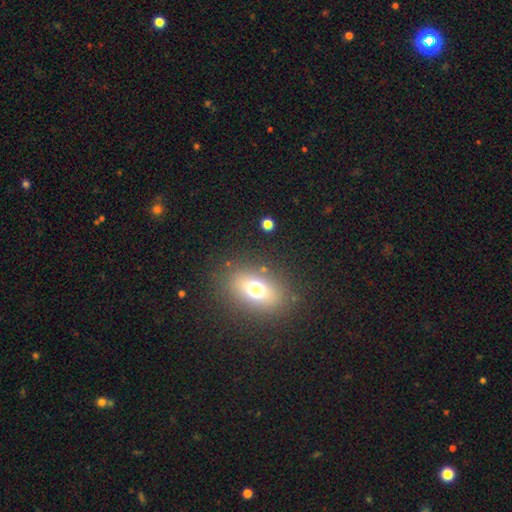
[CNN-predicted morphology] Overall: smooth (62%). How rounded: in between (78%). Merging: none (88%).